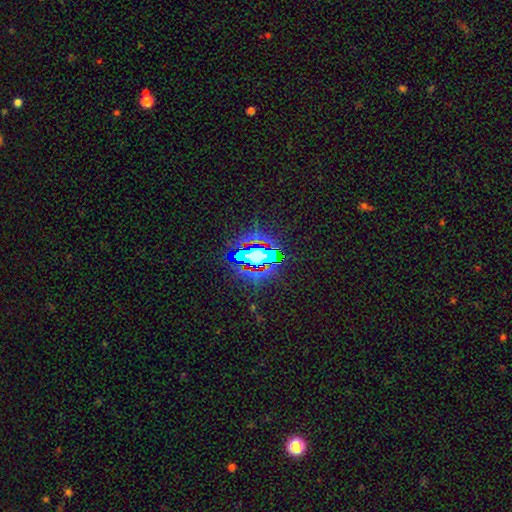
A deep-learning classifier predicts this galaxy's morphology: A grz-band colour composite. It shows a star or artifact, not a galaxy (66%).